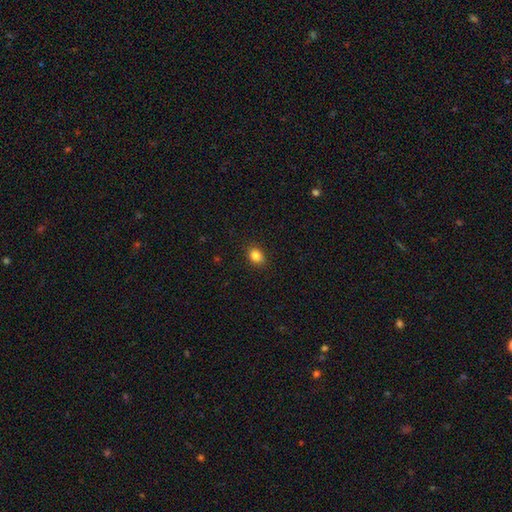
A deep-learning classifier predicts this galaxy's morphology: smooth_or_featured: smooth (p=0.84) [alt: star or artifact p=0.11]
how_rounded: in between (p=0.58) [alt: round p=0.41]
merging: none (p=0.88) [alt: minor disturbance p=0.09]